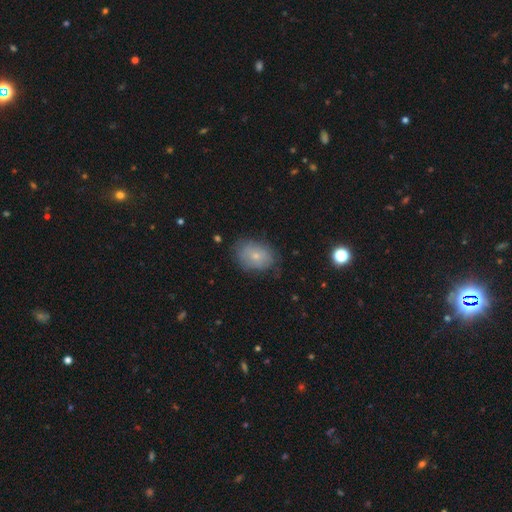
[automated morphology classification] This appears to be a smooth galaxy with no disk features (68%) that is in between round and cigar-shaped (69%). Merging: none (70%).